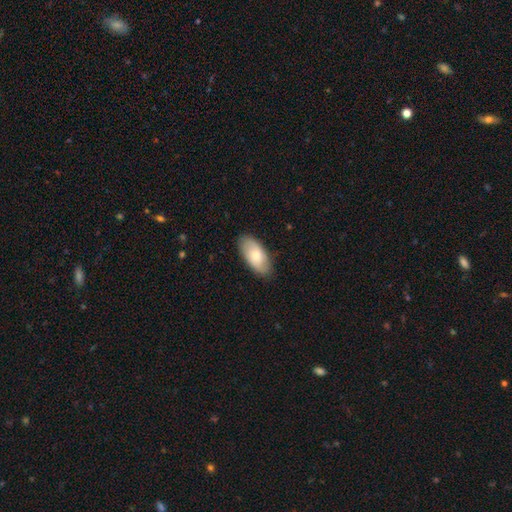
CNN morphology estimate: Smooth or featured? smooth (71%)
How rounded? in between (92%)
Merging? none (85%)